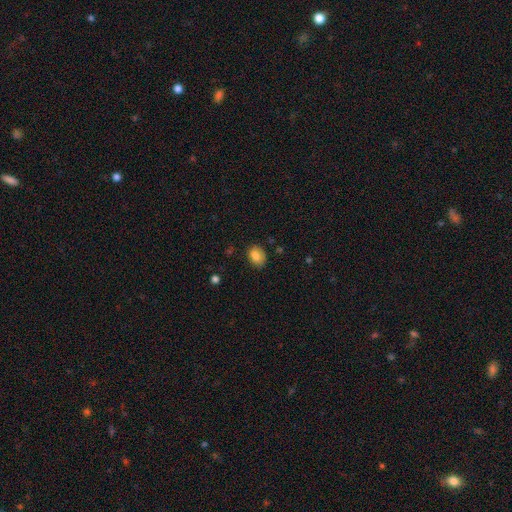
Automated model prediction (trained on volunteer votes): A smooth galaxy with no disk features (83%) that is in between round and cigar-shaped (72%).

Vote fractions:
- Smooth or featured? smooth: 83% / star or artifact: 9% / featured or disk: 8%
- How rounded? in between: 72% / round: 27% / cigar-shaped: 1%
- Merging? none: 75% / minor disturbance: 19% / major disturbance: 4% / merger: 2%